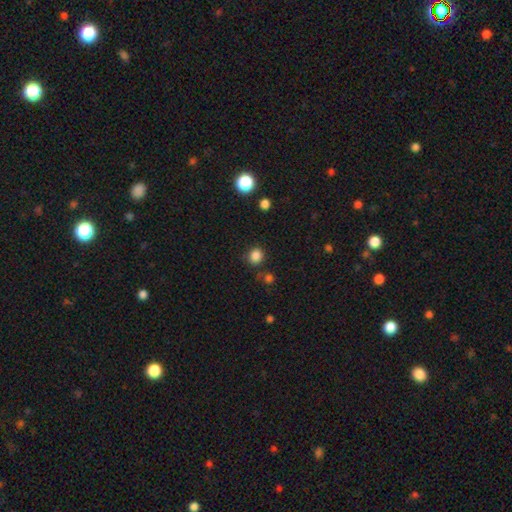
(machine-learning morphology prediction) Overall: smooth (84%). How rounded: round (84%). Merging: none (82%).